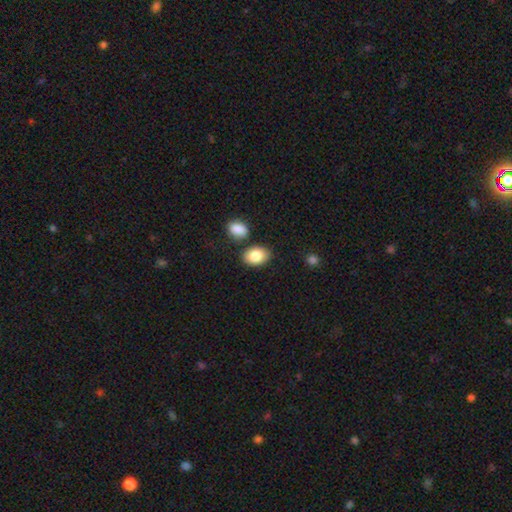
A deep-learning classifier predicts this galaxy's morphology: A smooth galaxy with no disk features (86%) that is in between round and cigar-shaped (81%). Merging: none (76%).